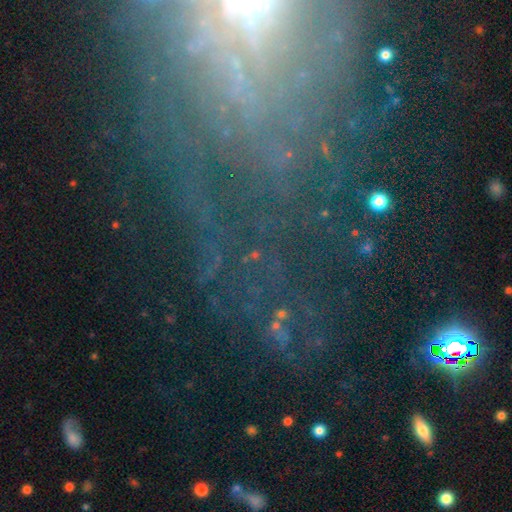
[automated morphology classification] Overall: star or artifact (48%; featured or disk 37%).